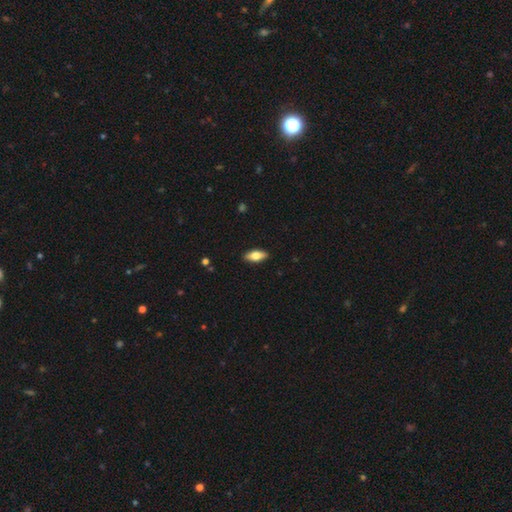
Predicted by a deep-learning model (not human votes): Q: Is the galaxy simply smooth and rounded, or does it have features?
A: smooth — 67%.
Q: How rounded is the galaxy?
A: in between — 80%.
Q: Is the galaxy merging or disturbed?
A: none — 90%.